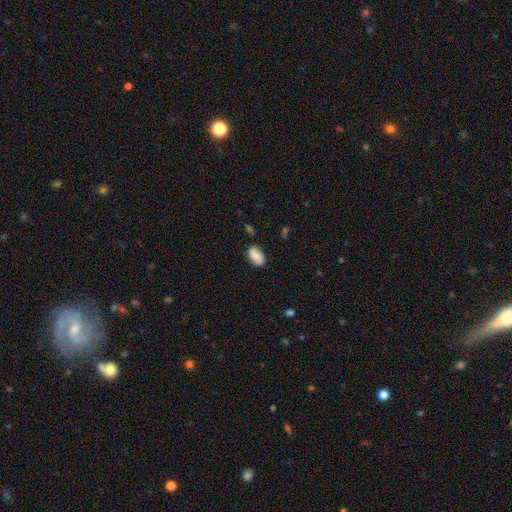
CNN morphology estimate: Smooth or featured: smooth — 78% (featured or disk — 14%)
How rounded: in between — 93% (round — 5%)
Merging: none — 79% (minor disturbance — 15%)